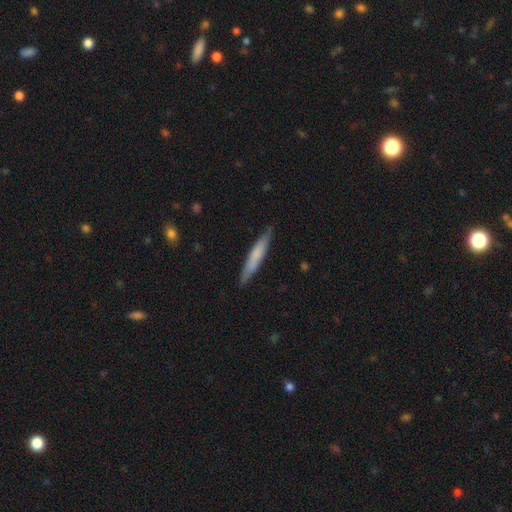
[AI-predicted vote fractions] Smooth or featured? smooth (63%)
How rounded? cigar-shaped (94%)
Merging? none (86%)